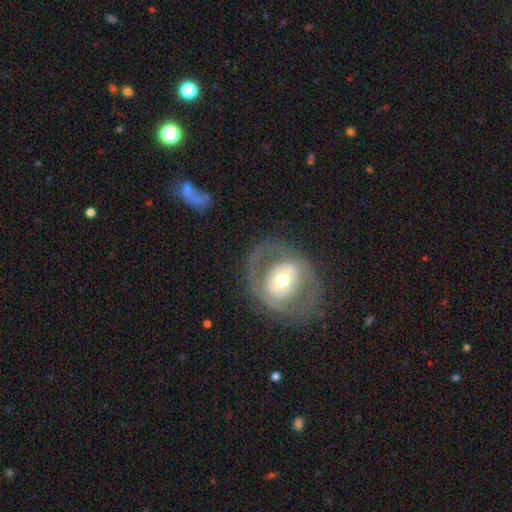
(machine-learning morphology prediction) Smooth or featured? featured or disk (71%)
Edge-on disk? no (95%)
Bar? no (44%)
Spiral arms? yes (50%, tied with no)
Bulge size? moderate (59%)
Merging? none (69%)